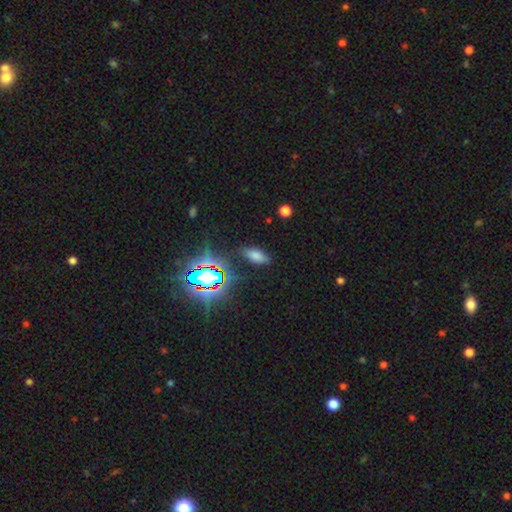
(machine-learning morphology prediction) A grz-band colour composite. It shows a smooth galaxy with no disk features (65%) that is in between round and cigar-shaped (78%). Merging: none (81%).